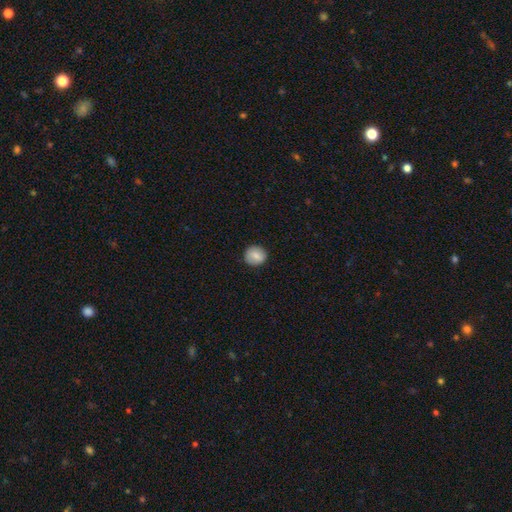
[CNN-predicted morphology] smooth-or-featured: smooth: 82% | featured or disk: 10% | star or artifact: 8%
  how-rounded: round: 85% | in between: 14% | cigar-shaped: 1%
  merging: none: 89% | minor disturbance: 8% | major disturbance: 2% | merger: 1%